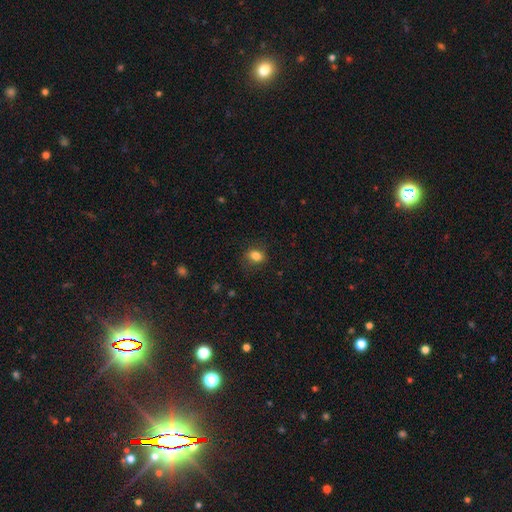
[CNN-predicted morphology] Smooth or featured?
  - smooth: 82% *
  - star or artifact: 11%
  - featured or disk: 7%
How rounded?
  - in between: 59% *
  - round: 39%
  - cigar-shaped: 1%
Merging?
  - none: 80% *
  - minor disturbance: 15%
  - major disturbance: 4%
  - merger: 1%